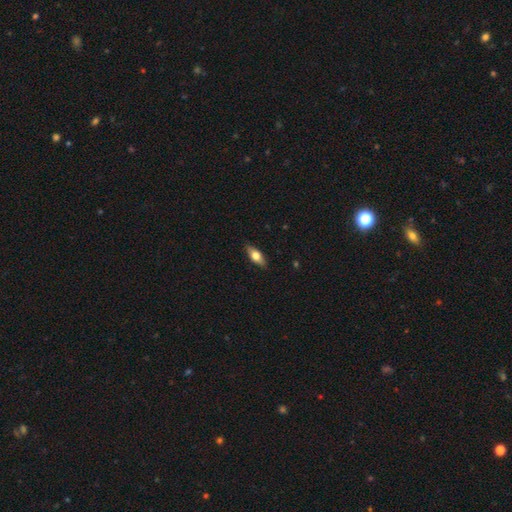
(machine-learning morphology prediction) Overall: smooth (61%; featured or disk 33%). How rounded: in between (75%). Merging: none (87%).